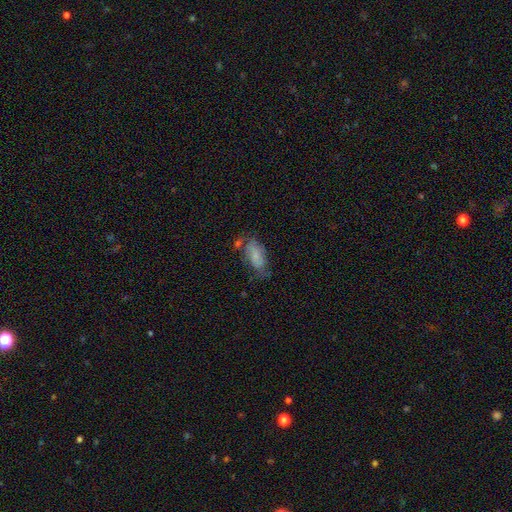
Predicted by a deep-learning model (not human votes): This appears to be a smooth galaxy with no disk features (58%) that is in between round and cigar-shaped (88%). Merging: none (49%).